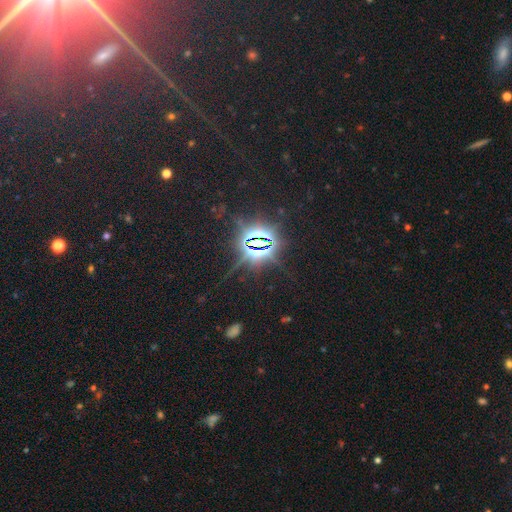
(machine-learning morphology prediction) This is clearly a star or artifact rather than a galaxy (84%).